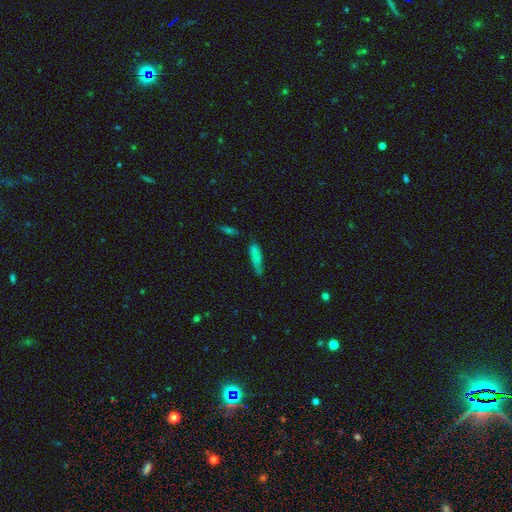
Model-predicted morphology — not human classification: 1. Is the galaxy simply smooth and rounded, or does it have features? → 75% smooth, 14% featured or disk, 10% star or artifact.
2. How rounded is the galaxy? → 71% cigar-shaped, 27% in between, 2% round.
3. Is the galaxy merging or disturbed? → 58% none, 27% minor disturbance, 8% major disturbance, 7% merger.